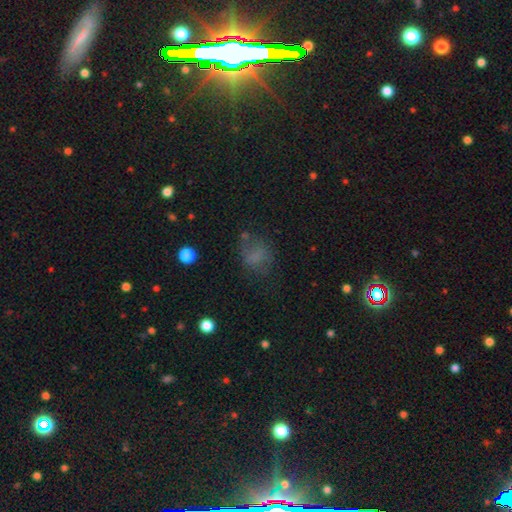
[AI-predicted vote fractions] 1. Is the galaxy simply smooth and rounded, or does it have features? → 63% smooth, 19% featured or disk, 18% star or artifact.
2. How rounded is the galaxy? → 50% in between, 48% round, 2% cigar-shaped.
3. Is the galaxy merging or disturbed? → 58% none, 22% minor disturbance, 17% major disturbance, 3% merger.